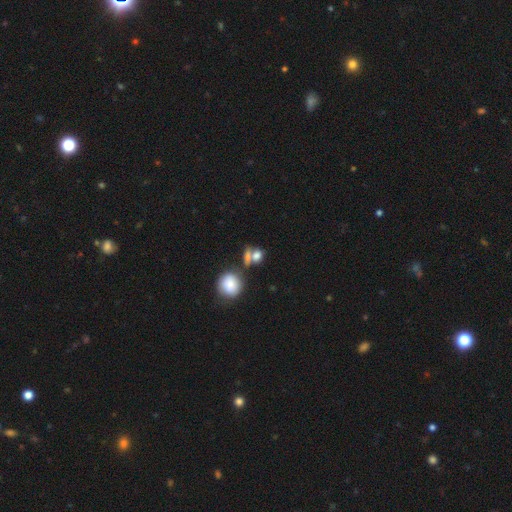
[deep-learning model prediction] This appears to be a smooth galaxy with no disk features (72%) that is round (57%). Merging: none (44%).